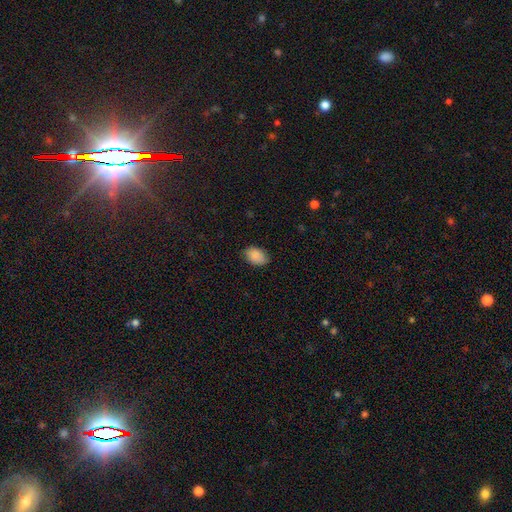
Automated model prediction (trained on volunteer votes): Q: Smooth or featured?
A: smooth (89%); runner-up: star or artifact (7%)
Q: How rounded?
A: in between (87%); runner-up: round (11%)
Q: Merging?
A: none (82%); runner-up: minor disturbance (14%)